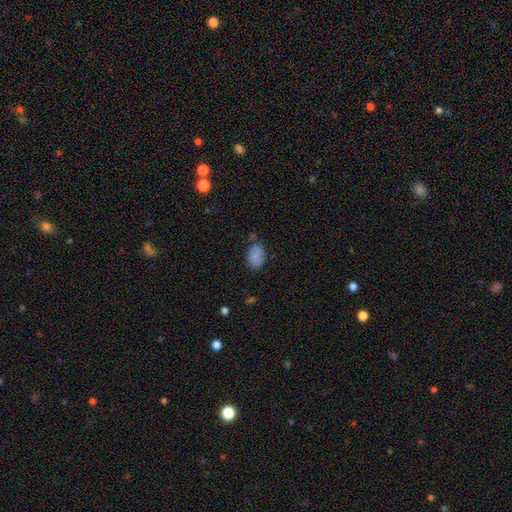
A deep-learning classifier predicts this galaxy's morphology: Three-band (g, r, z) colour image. It shows a smooth galaxy with no disk features (83%) that is in between round and cigar-shaped (81%). Merging: none (66%).